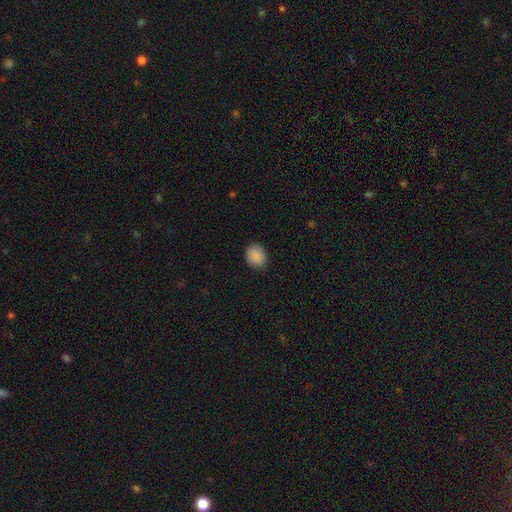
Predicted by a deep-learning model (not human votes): Smooth or featured: smooth — 89% (star or artifact — 8%)
How rounded: round — 51% (in between — 49%)
Merging: none — 86% (minor disturbance — 11%)